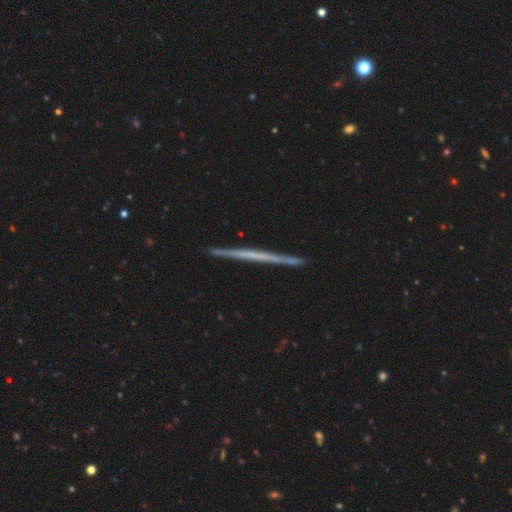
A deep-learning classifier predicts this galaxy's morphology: featured or disk 63%, smooth 32%, star or artifact 6%. Down the decision tree: edge-on disk — yes (98%); edge-on bulge — none (91%); merging — none (91%).